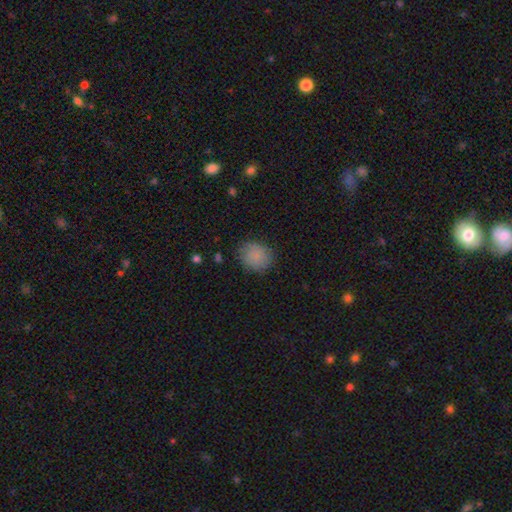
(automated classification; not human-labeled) smooth_or_featured: smooth (p=0.84) [alt: star or artifact p=0.09]
how_rounded: round (p=0.74) [alt: in between p=0.25]
merging: none (p=0.79) [alt: minor disturbance p=0.16]